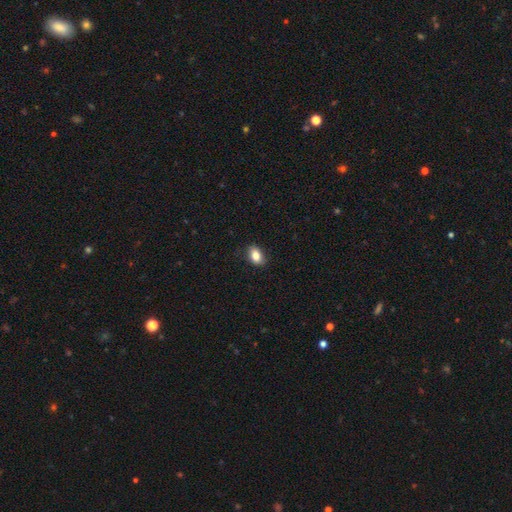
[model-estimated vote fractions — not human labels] This is clearly a smooth galaxy (83%). How rounded: clearly in between (84%). Merging: clearly none (82%).